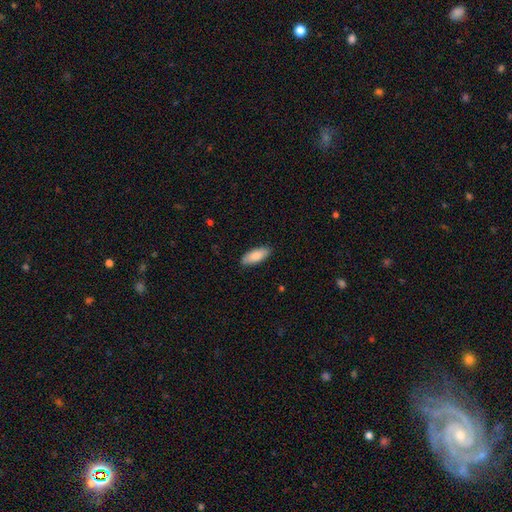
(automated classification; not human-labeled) A smooth galaxy with no disk features (86%) that is in between round and cigar-shaped (81%).

Vote fractions:
- Smooth or featured? smooth: 86% / featured or disk: 8% / star or artifact: 5%
- How rounded? in between: 81% / cigar-shaped: 18% / round: 2%
- Merging? none: 87% / minor disturbance: 10% / major disturbance: 2% / merger: 1%